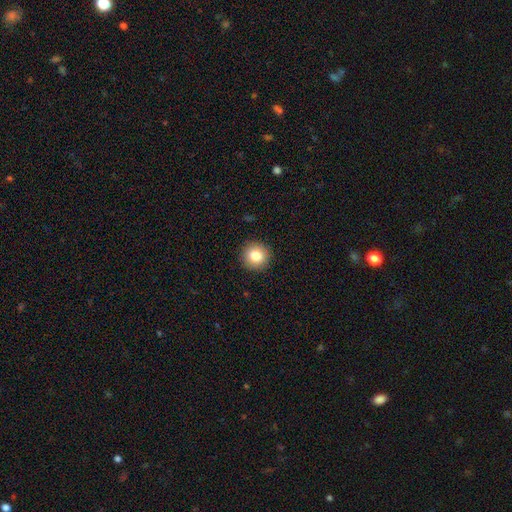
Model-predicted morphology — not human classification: This is clearly a smooth galaxy (83%). How rounded: clearly round (92%). Merging: clearly none (92%).